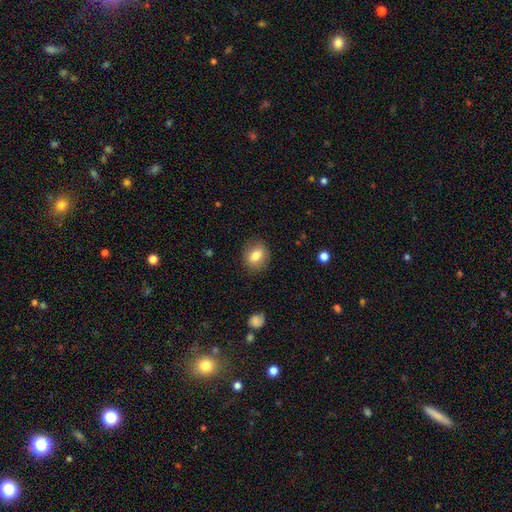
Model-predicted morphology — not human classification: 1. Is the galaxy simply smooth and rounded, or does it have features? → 77% smooth, 14% featured or disk, 9% star or artifact.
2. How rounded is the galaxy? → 52% round, 46% in between, 1% cigar-shaped.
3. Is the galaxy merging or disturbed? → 85% none, 11% minor disturbance, 3% major disturbance, 1% merger.